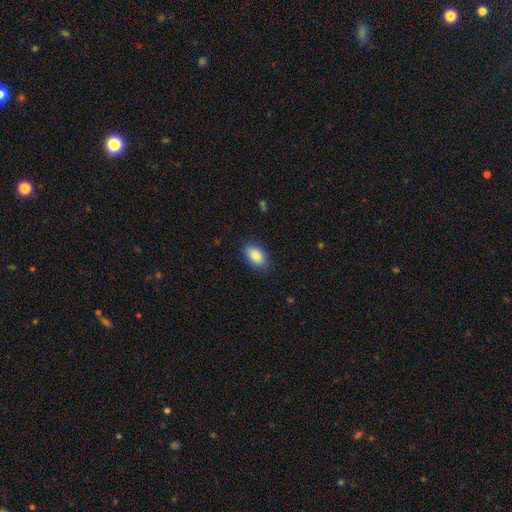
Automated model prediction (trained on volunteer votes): The model was most divided on "merging": none: 85%, minor disturbance: 11%, major disturbance: 3%, merger: 1%. More confident: how rounded — in between (92%); smooth or featured — smooth (88%).